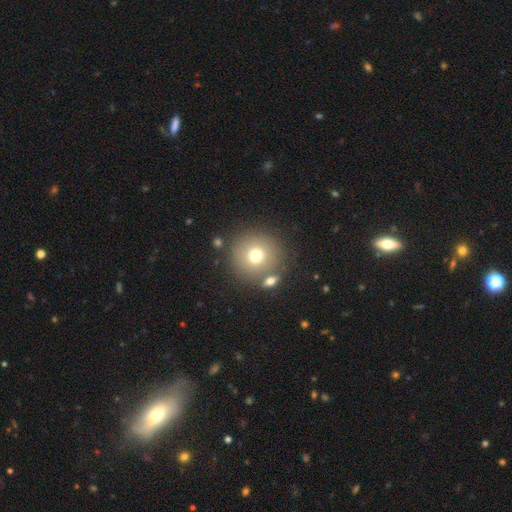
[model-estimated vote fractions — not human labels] Q: Smooth or featured?
A: smooth (72%); runner-up: featured or disk (15%)
Q: How rounded?
A: round (94%); runner-up: in between (5%)
Q: Merging?
A: none (78%); runner-up: merger (10%)